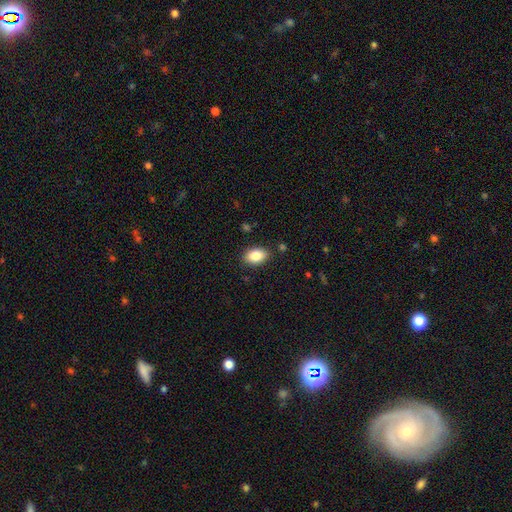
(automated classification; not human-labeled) smooth_or_featured: smooth (p=0.86) [alt: star or artifact p=0.08]
how_rounded: in between (p=0.89) [alt: round p=0.10]
merging: none (p=0.87) [alt: minor disturbance p=0.09]